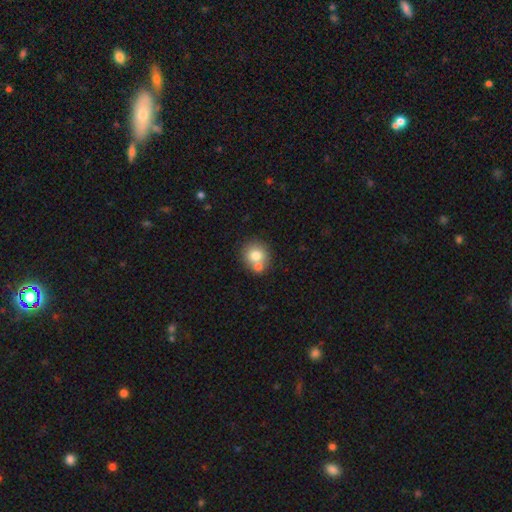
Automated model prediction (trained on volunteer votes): Morphology: type=smooth (76%); roundness=round (87%); merging=none (60%).